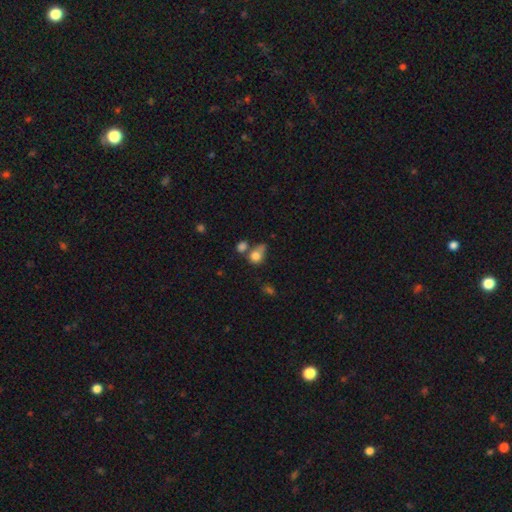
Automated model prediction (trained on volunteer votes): Smooth or featured: smooth — 79% (star or artifact — 11%)
How rounded: round — 67% (in between — 31%)
Merging: none — 38% (merger — 36%)